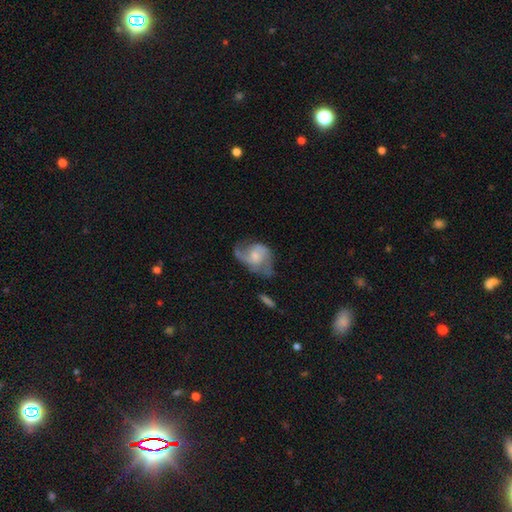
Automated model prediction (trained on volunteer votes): Overall: featured or disk (68%). Edge-on disk: no (97%). Bar: no (57%; weak 37%). Spiral arms: yes (86%). Spiral arm count: 2 (69%). Spiral winding: medium (43%; loose 41%). Bulge size: small (40%; moderate 38%). Merging: none (40%; major disturbance 28%).